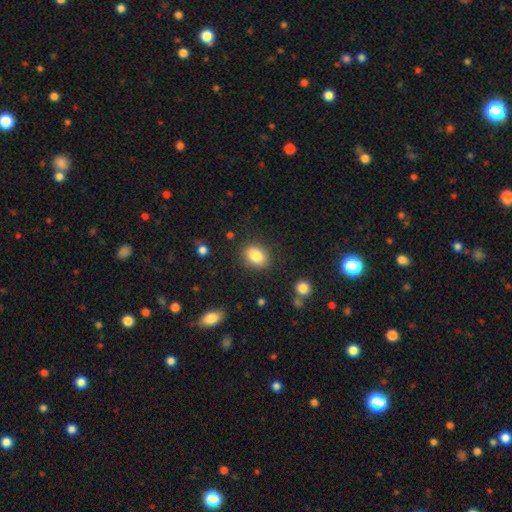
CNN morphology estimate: smooth 85%, star or artifact 9%, featured or disk 7%. Down the decision tree: how rounded — in between (68%); merging — none (85%).